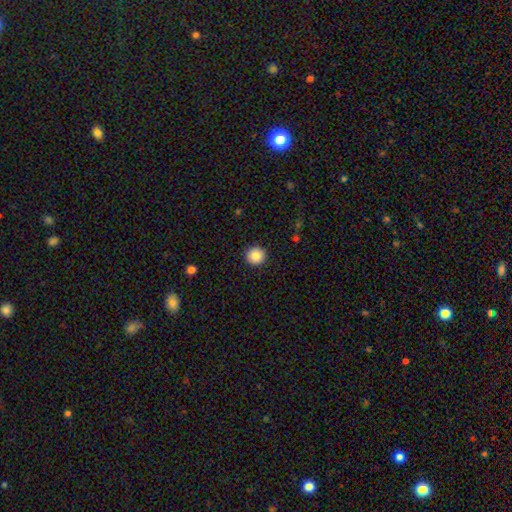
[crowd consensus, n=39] Smooth or featured? smooth (87%)
How rounded? round (91%)
Merging? none (97%)